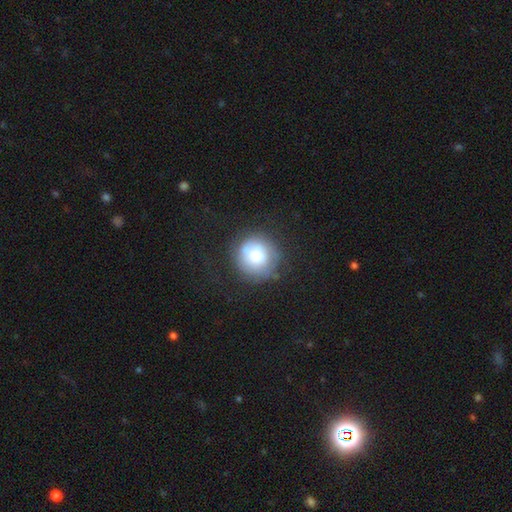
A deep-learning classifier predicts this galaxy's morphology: The model was most divided on "smooth or featured": smooth: 58%, featured or disk: 32%, star or artifact: 10%. More confident: how rounded — round (92%); merging — none (62%).